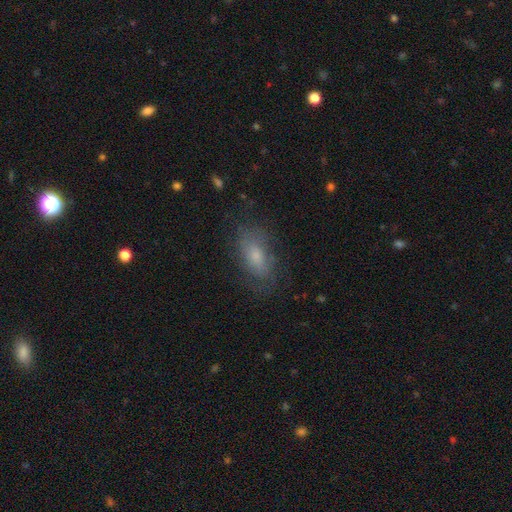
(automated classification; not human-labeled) A smooth galaxy with no disk features (61%) that is in between round and cigar-shaped (86%). Merging: none (69%).